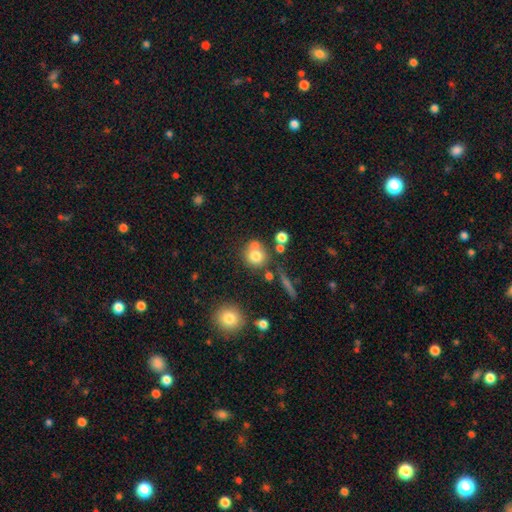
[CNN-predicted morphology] Overall: smooth (75%). How rounded: round (83%). Merging: none (56%; merger 22%).